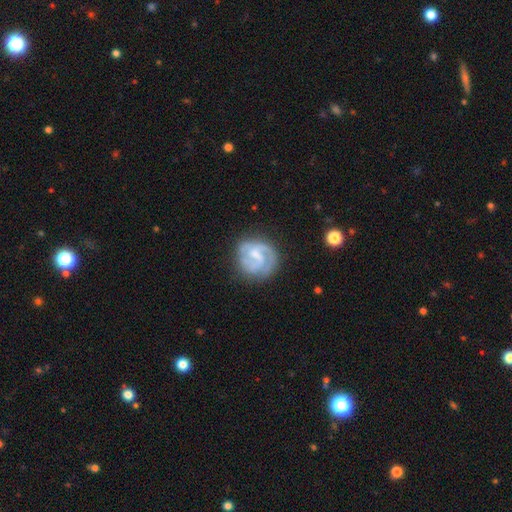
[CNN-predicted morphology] featured or disk 76%, smooth 18%, star or artifact 6%. Down the decision tree: edge-on disk — no (98%); bar — weak (53%); spiral arms — yes (88%); spiral arm count — 2 (55%); spiral winding — medium (43%); bulge size — small (39%); merging — none (66%).